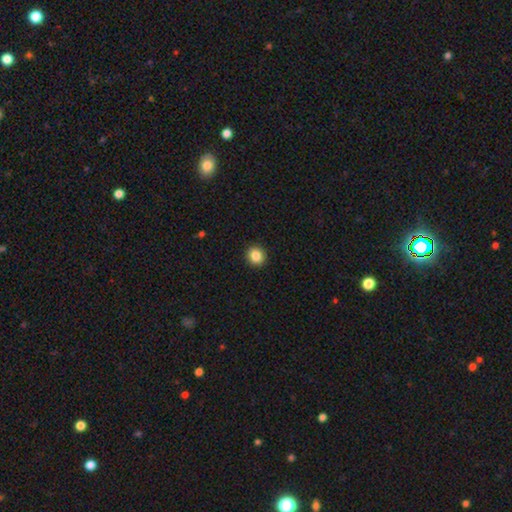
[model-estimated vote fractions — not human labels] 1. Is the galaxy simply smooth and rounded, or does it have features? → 86% smooth, 10% star or artifact, 4% featured or disk.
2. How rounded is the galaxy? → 89% round, 11% in between, 1% cigar-shaped.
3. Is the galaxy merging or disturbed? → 93% none, 5% minor disturbance, 2% major disturbance, 1% merger.